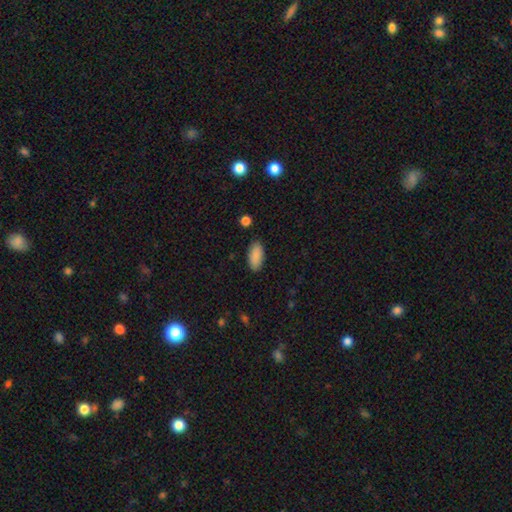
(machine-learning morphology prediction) Smooth or featured? smooth (90%)
How rounded? in between (91%)
Merging? none (87%)